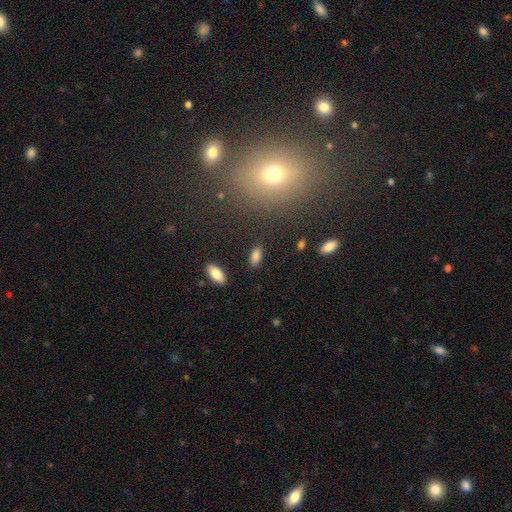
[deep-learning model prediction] The model was most divided on "merging": none: 83%, minor disturbance: 11%, major disturbance: 3%, merger: 3%. More confident: how rounded — in between (88%); smooth or featured — smooth (85%).